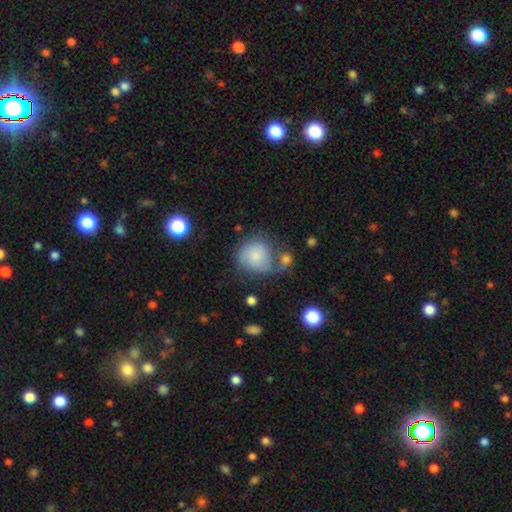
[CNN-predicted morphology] Q: Smooth or featured?
A: smooth (72%); runner-up: featured or disk (20%)
Q: How rounded?
A: round (80%); runner-up: in between (19%)
Q: Merging?
A: none (43%); runner-up: minor disturbance (23%)